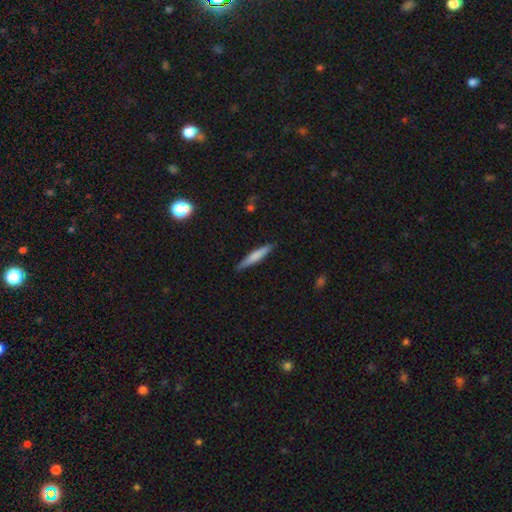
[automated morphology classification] A smooth galaxy with no disk features (72%) that is cigar-shaped (91%). Merging: none (86%).